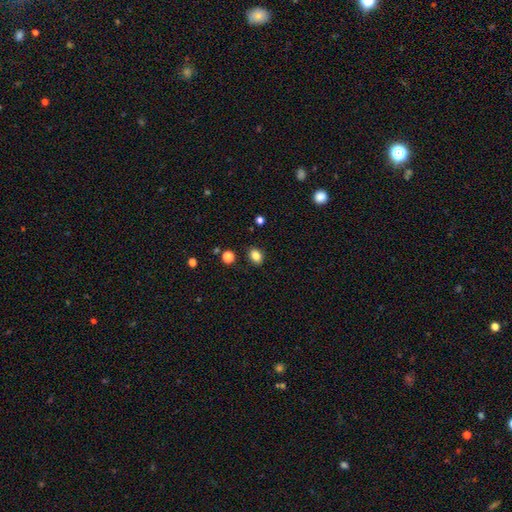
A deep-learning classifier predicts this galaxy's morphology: A smooth galaxy with no disk features (84%) that is in between round and cigar-shaped (65%). Merging: none (88%).